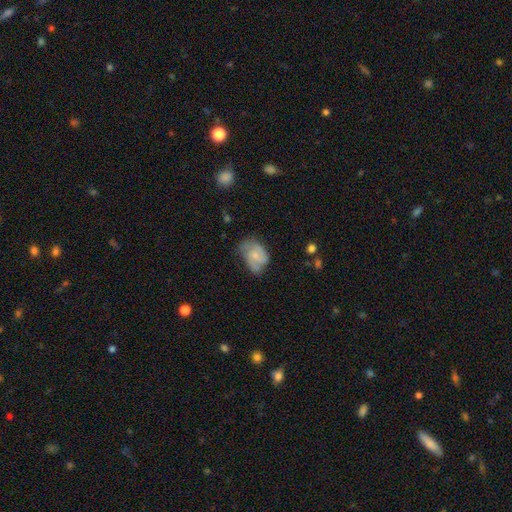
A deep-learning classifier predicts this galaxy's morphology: Smooth or featured? featured or disk (57%)
Edge-on disk? no (97%)
Bar? no (64%)
Spiral arms? yes (85%)
Bulge size? small (59%)
Merging? none (45%)